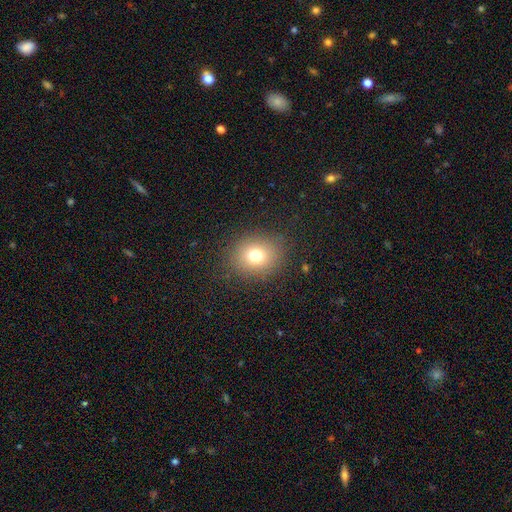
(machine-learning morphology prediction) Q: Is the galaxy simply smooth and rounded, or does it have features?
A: smooth — 74%.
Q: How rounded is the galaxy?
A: round — 69%.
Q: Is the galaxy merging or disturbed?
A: none — 86%.